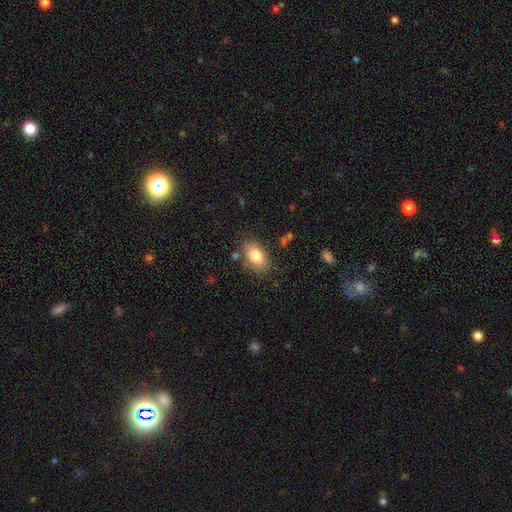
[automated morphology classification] A smooth galaxy with no disk features (82%) that is in between round and cigar-shaped (90%).

Vote fractions:
- Smooth or featured? smooth: 82% / featured or disk: 11% / star or artifact: 8%
- How rounded? in between: 90% / round: 8% / cigar-shaped: 2%
- Merging? none: 78% / minor disturbance: 14% / merger: 4% / major disturbance: 4%